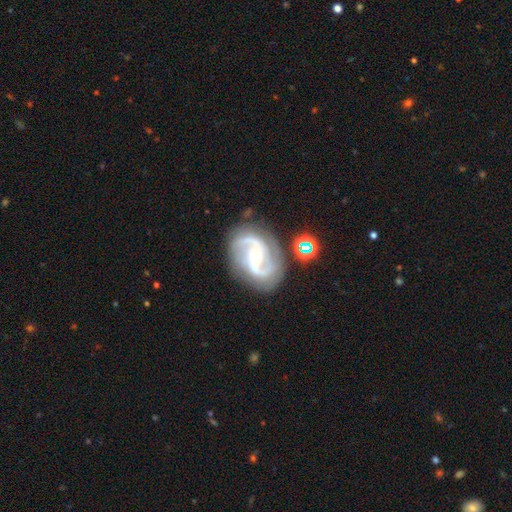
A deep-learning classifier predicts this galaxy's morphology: smooth_or_featured: featured or disk (p=0.89) [alt: star or artifact p=0.06]
disk_edge_on: no (p=0.97) [alt: yes p=0.03]
bar: no (p=0.49) [alt: weak p=0.34]
has_spiral_arms: yes (p=0.97) [alt: no p=0.03]
spiral_winding: medium (p=0.55) [alt: tight p=0.27]
spiral_arm_count: 2 (p=0.83) [alt: 3 p=0.07]
bulge_size: small (p=0.58) [alt: moderate p=0.39]
merging: none (p=0.73) [alt: minor disturbance p=0.17]